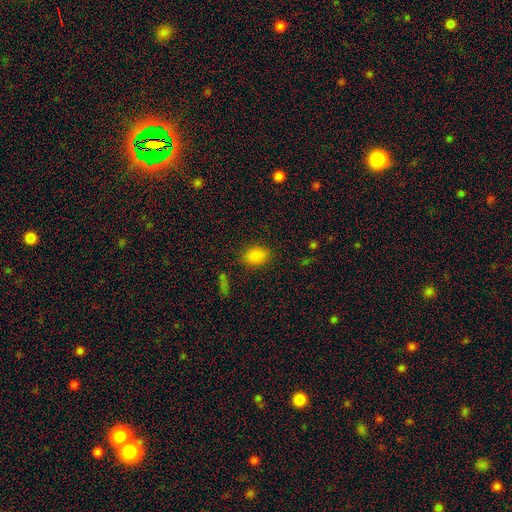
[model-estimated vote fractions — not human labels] Smooth or featured? Predicted: smooth (p=0.84). How rounded? Predicted: in between (p=0.82). Merging? Predicted: none (p=0.80).